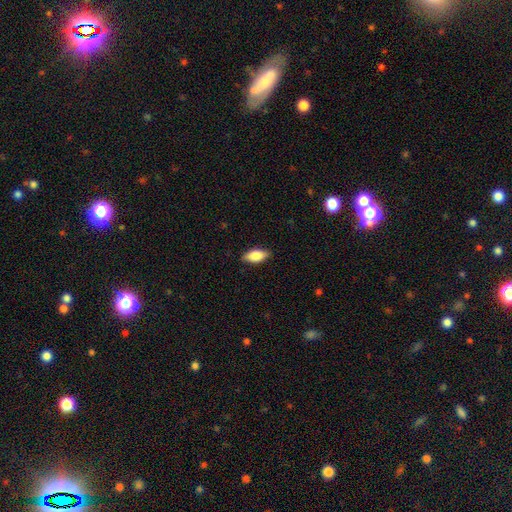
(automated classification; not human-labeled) Smooth or featured? smooth (82%)
How rounded? in between (88%)
Merging? none (85%)